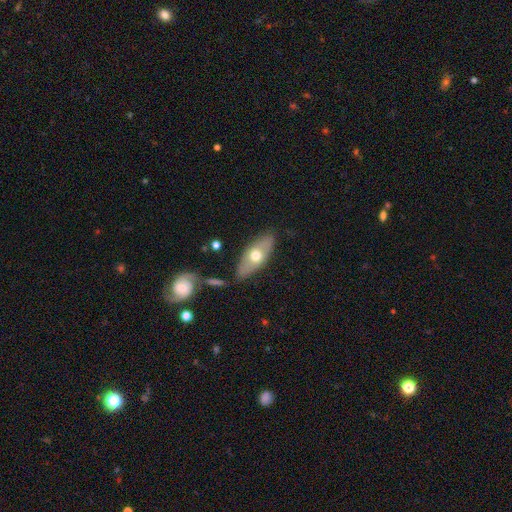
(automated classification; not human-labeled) Smooth or featured?
  - smooth: 54% *
  - featured or disk: 40%
  - star or artifact: 6%
How rounded?
  - in between: 75% *
  - cigar-shaped: 21%
  - round: 4%
Merging?
  - none: 78% *
  - minor disturbance: 14%
  - merger: 4%
  - major disturbance: 3%